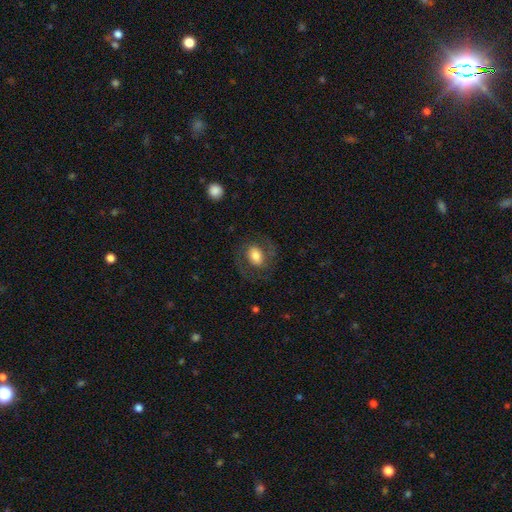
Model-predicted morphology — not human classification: A smooth galaxy with no disk features (49%). Merging: none (70%).